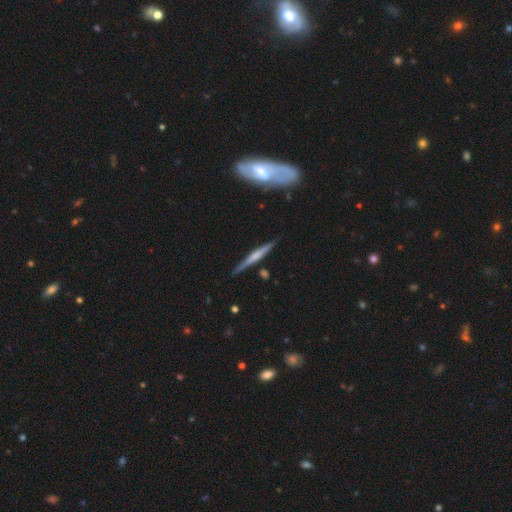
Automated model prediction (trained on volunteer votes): Q: Smooth or featured?
A: featured or disk (63%); runner-up: smooth (31%)
Q: Edge-on disk?
A: yes (97%); runner-up: no (3%)
Q: Edge-on bulge?
A: rounded (49%); runner-up: none (29%)
Q: Merging?
A: none (86%); runner-up: minor disturbance (10%)